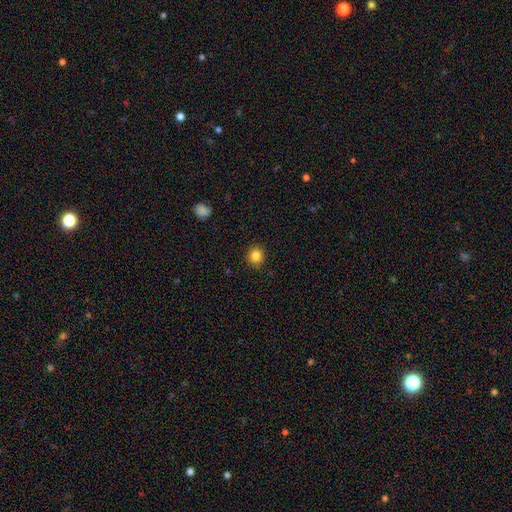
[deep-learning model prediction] Smooth or featured? smooth (84%)
How rounded? round (89%)
Merging? none (91%)